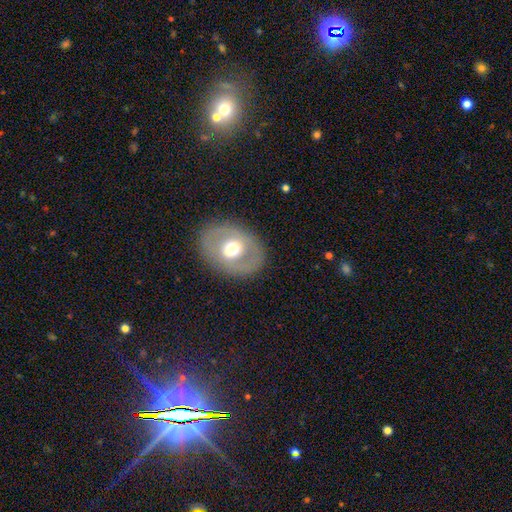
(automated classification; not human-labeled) Smooth or featured? Predicted: featured or disk (p=0.52). Edge-on disk? Predicted: no (p=0.91). Merging? Predicted: none (p=0.85).